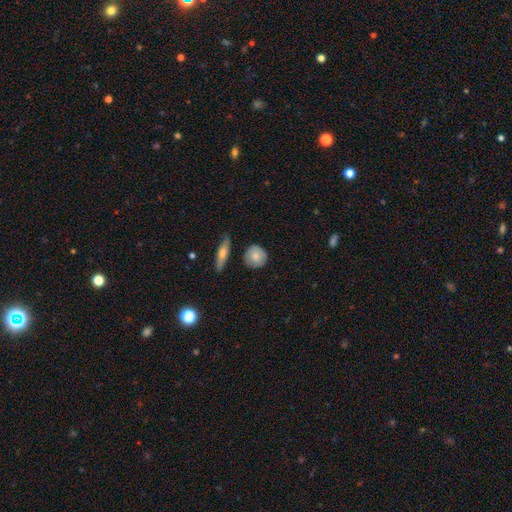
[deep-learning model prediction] A smooth galaxy with no disk features (77%) that is round (87%).

Vote fractions:
- Smooth or featured? smooth: 77% / featured or disk: 16% / star or artifact: 6%
- How rounded? round: 87% / in between: 11% / cigar-shaped: 2%
- Merging? none: 78% / minor disturbance: 16% / major disturbance: 3% / merger: 3%